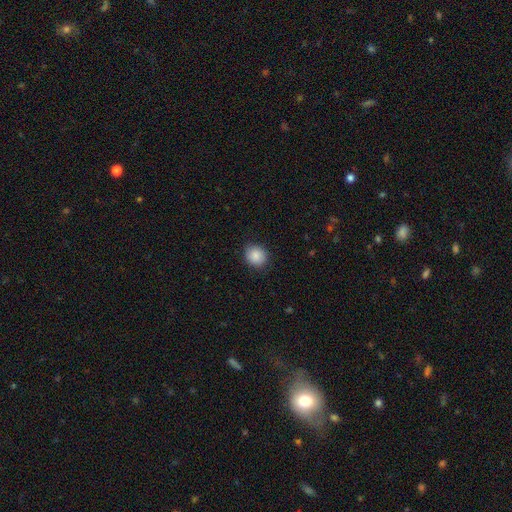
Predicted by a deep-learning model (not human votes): Q: Smooth or featured?
A: smooth (88%); runner-up: star or artifact (8%)
Q: How rounded?
A: round (80%); runner-up: in between (19%)
Q: Merging?
A: none (88%); runner-up: minor disturbance (9%)